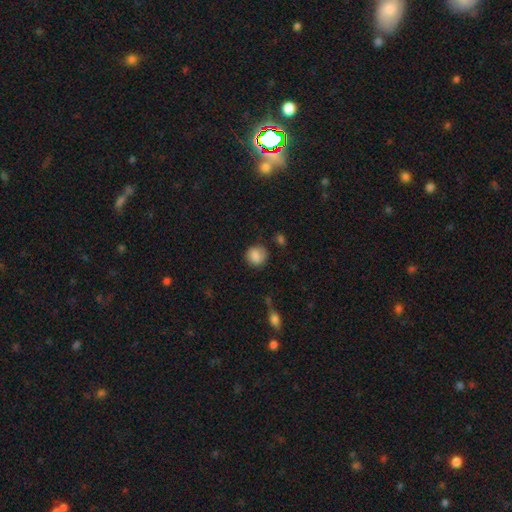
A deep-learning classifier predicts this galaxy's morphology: A smooth galaxy with no disk features (81%) that is round (82%). Merging: none (69%).